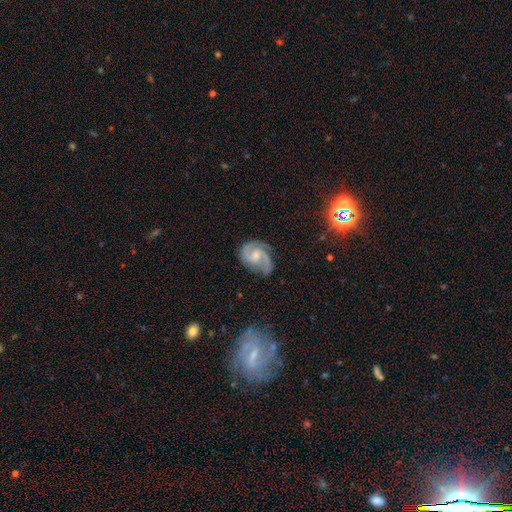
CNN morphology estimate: type=featured or disk (89%); edge-on=no (98%); bar=no (55%); spiral arms=yes (98%); winding=medium (55%); arm count=2 (82%); bulge=moderate (51%); merging=none (69%).